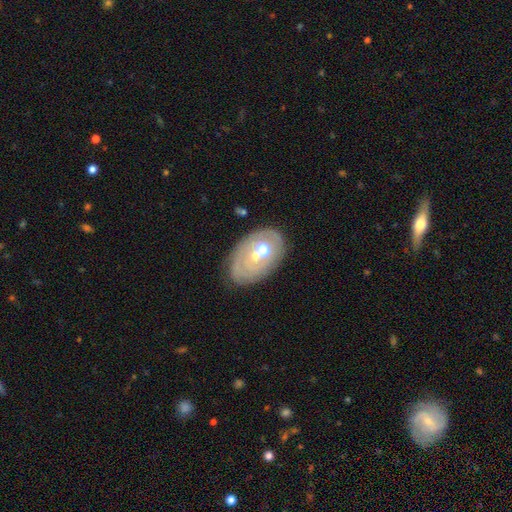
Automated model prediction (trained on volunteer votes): Overall: featured or disk (62%; smooth 29%). Edge-on disk: no (93%). Bar: no (82%). Spiral arms: no (62%; yes 38%). Bulge size: moderate (71%). Merging: none (61%).